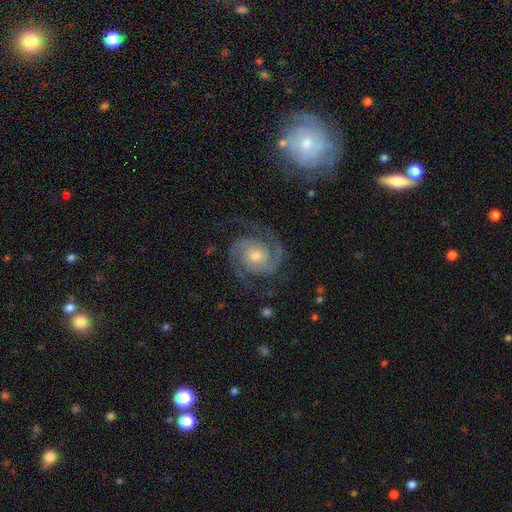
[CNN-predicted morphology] The model was most divided on "spiral winding": medium: 47%, tight: 45%, loose: 8%. Remaining: spiral arms — yes (98%); edge-on disk — no (98%); smooth or featured — featured or disk (91%); spiral arm count — 2 (87%); merging — none (78%); bar — no (71%); bulge size — moderate (49%).